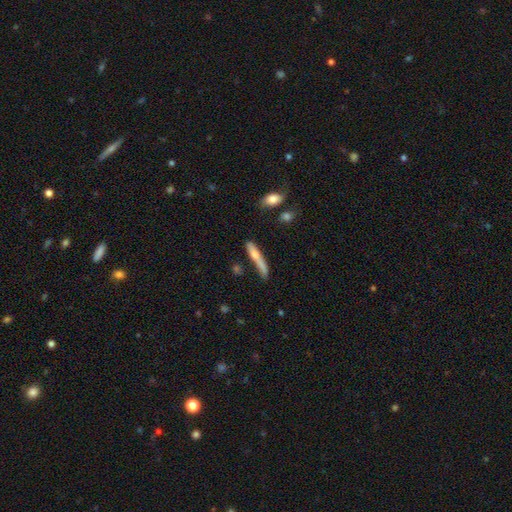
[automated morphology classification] Smooth or featured?
  - smooth: 62% *
  - featured or disk: 32%
  - star or artifact: 6%
How rounded?
  - cigar-shaped: 90% *
  - in between: 8%
  - round: 2%
Merging?
  - none: 54% *
  - minor disturbance: 27%
  - major disturbance: 11%
  - merger: 8%